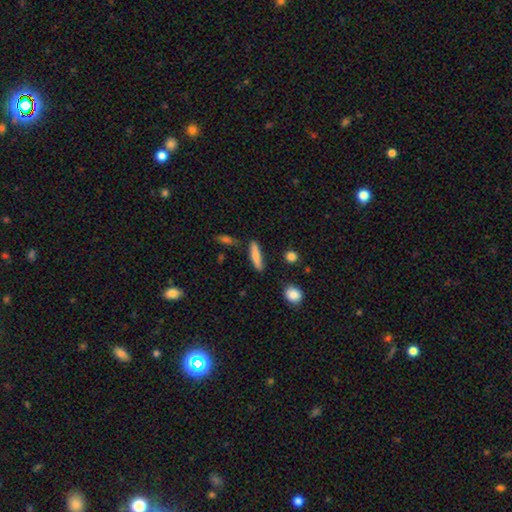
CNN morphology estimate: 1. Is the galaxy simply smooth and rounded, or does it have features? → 77% smooth, 16% featured or disk, 7% star or artifact.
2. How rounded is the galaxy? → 77% cigar-shaped, 21% in between, 2% round.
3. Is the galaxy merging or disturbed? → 80% none, 13% minor disturbance, 4% merger, 3% major disturbance.